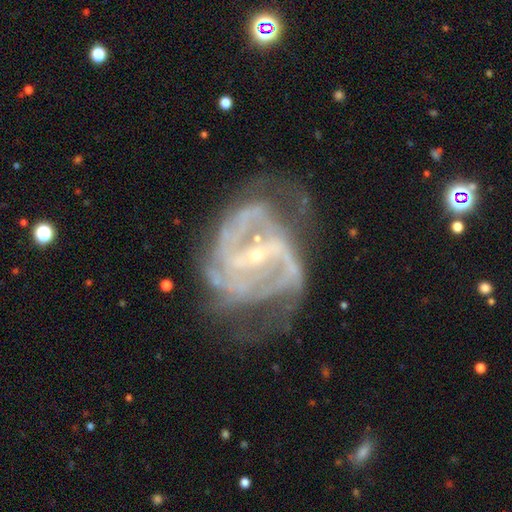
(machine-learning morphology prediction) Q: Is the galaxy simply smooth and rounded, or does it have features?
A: featured or disk — 89%.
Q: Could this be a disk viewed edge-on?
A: no — 97%.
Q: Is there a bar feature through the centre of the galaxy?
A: strong — 48%.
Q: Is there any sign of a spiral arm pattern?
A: yes — 92%.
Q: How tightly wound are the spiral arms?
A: medium — 48%.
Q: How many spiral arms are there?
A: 2 — 36%.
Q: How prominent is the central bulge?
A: small — 85%.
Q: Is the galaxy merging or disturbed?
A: none — 44%.